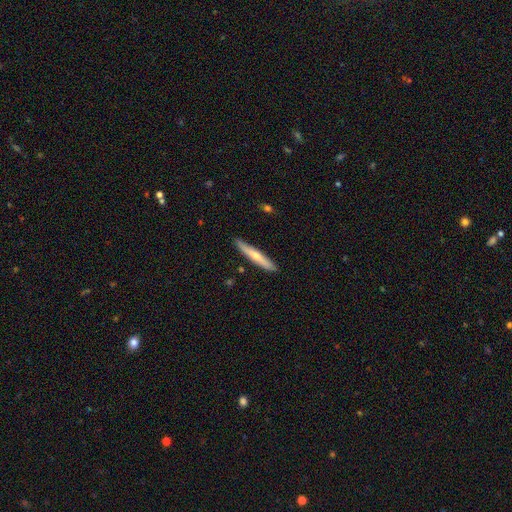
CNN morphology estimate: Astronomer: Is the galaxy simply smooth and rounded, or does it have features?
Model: smooth — 50% (runner-up: featured or disk, 44%).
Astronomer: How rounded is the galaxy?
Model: cigar-shaped — 93%.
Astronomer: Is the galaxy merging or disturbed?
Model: none — 88%.